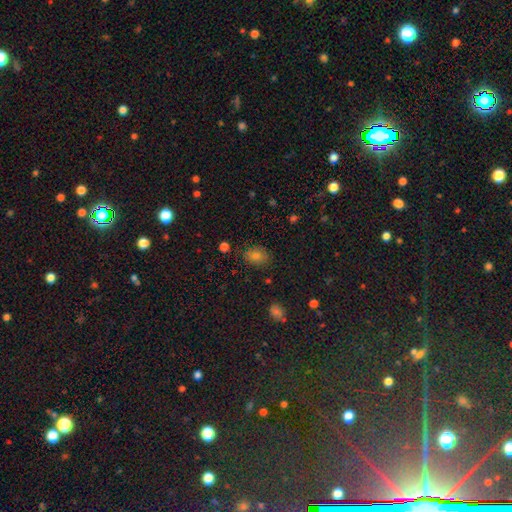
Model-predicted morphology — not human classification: This is likely a smooth galaxy (68%). How rounded: likely in between (61%). Merging: clearly none (84%).